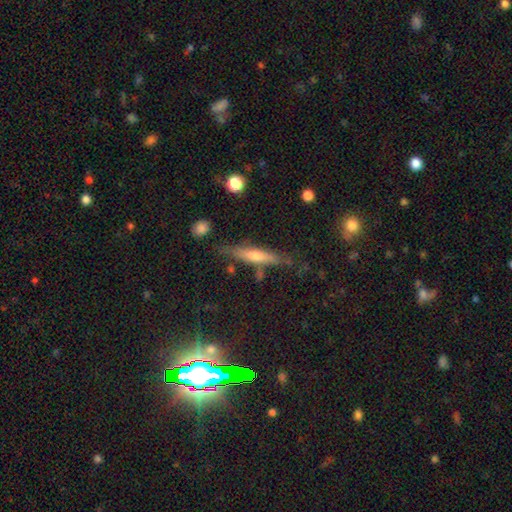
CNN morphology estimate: Q: Smooth or featured?
A: featured or disk (49%); runner-up: smooth (42%)
Q: Merging?
A: none (76%); runner-up: minor disturbance (16%)